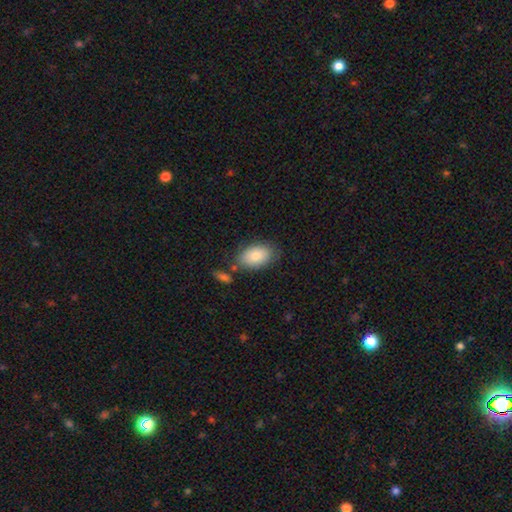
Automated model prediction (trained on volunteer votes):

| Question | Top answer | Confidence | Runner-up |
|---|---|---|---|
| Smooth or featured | smooth | 82% | featured or disk (12%) |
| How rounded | in between | 91% | round (7%) |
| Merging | none | 74% | minor disturbance (17%) |